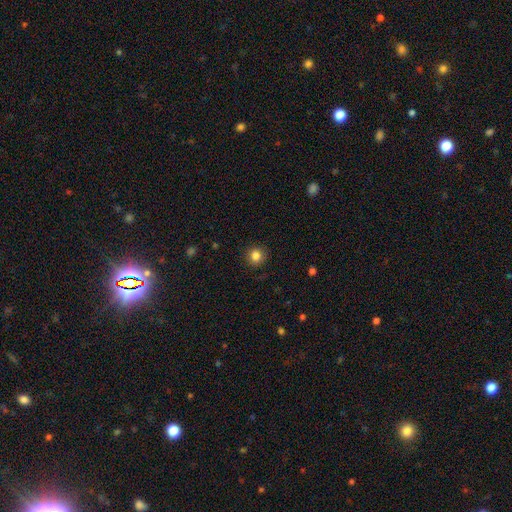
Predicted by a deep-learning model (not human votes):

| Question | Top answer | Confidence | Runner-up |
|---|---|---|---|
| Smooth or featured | smooth | 84% | star or artifact (11%) |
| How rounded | round | 91% | in between (8%) |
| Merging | none | 91% | minor disturbance (6%) |